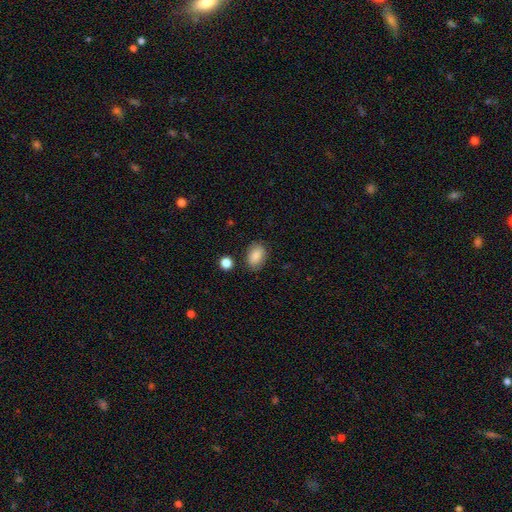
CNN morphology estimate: A smooth galaxy with no disk features (86%) that is in between round and cigar-shaped (86%). Merging: none (82%).